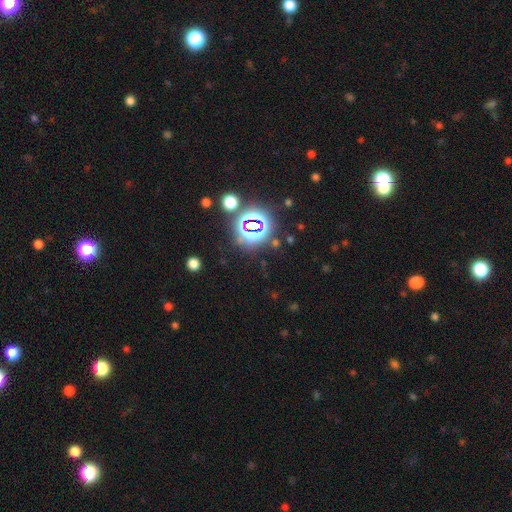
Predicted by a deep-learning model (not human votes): Smooth or featured? star or artifact (76%)